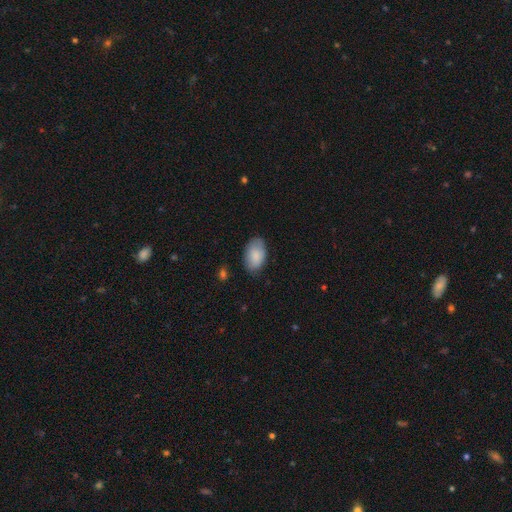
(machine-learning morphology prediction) smooth-or-featured: smooth: 86% | featured or disk: 8% | star or artifact: 6%
  how-rounded: in between: 93% | round: 6% | cigar-shaped: 1%
  merging: none: 80% | minor disturbance: 16% | major disturbance: 3% | merger: 1%